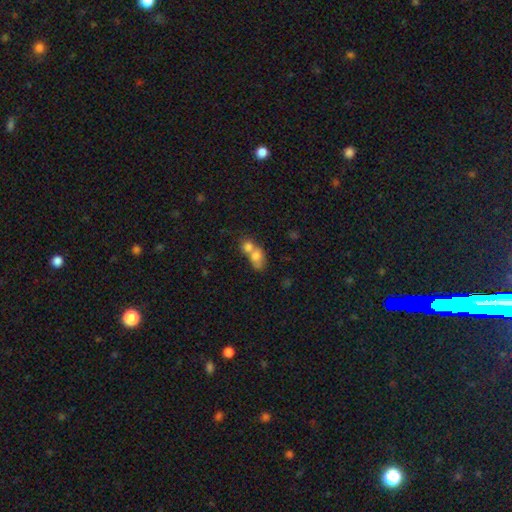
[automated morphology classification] smooth 75%, featured or disk 16%, star or artifact 9%. Down the decision tree: how rounded — in between (70%); merging — merger (70%).